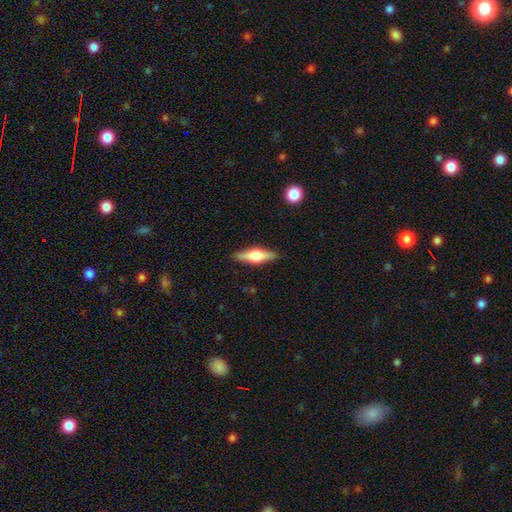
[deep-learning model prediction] A featured or disk galaxy (54%) viewed edge-on (94%) with a rounded central bulge (91%).

Vote fractions:
- Smooth or featured? featured or disk: 54% / smooth: 40% / star or artifact: 6%
- Edge-on disk? yes: 94% / no: 6%
- Edge-on bulge? rounded: 91% / boxy: 7% / none: 2%
- Merging? none: 88% / minor disturbance: 8% / major disturbance: 2% / merger: 1%